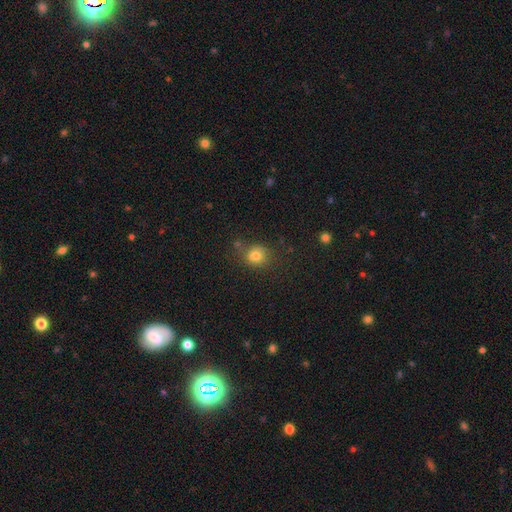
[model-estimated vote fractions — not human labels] smooth-or-featured: smooth: 78% | star or artifact: 13% | featured or disk: 9%
  how-rounded: round: 74% | in between: 25% | cigar-shaped: 1%
  merging: none: 66% | minor disturbance: 19% | merger: 9% | major disturbance: 6%